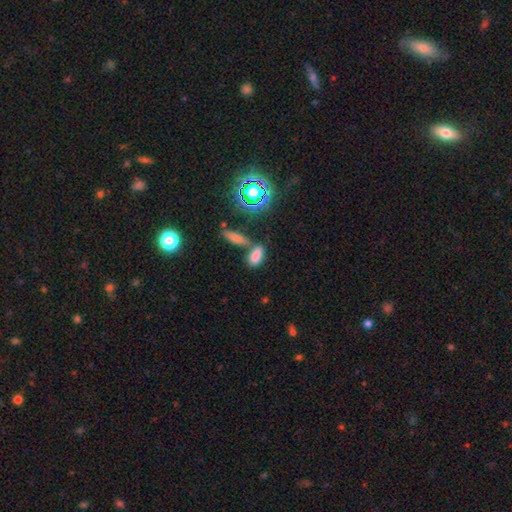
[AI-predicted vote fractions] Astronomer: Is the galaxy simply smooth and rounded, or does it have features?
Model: smooth — 75%.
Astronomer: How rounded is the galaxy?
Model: in between — 81%.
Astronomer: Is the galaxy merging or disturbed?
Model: none — 47% (runner-up: merger, 37%).